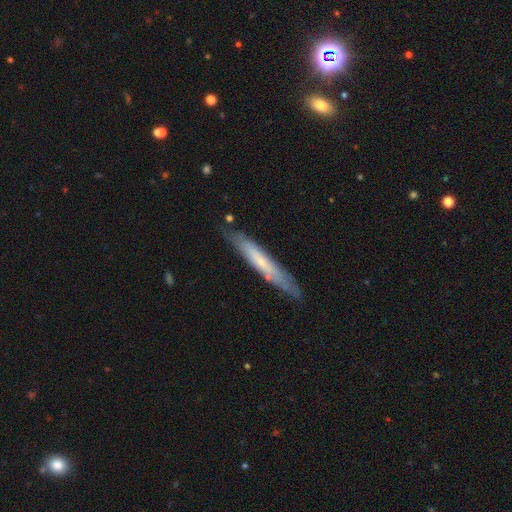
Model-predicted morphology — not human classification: A featured or disk galaxy (48%).

Vote fractions:
- Smooth or featured? featured or disk: 48% / smooth: 45% / star or artifact: 7%
- Merging? none: 82% / minor disturbance: 14% / major disturbance: 2% / merger: 2%